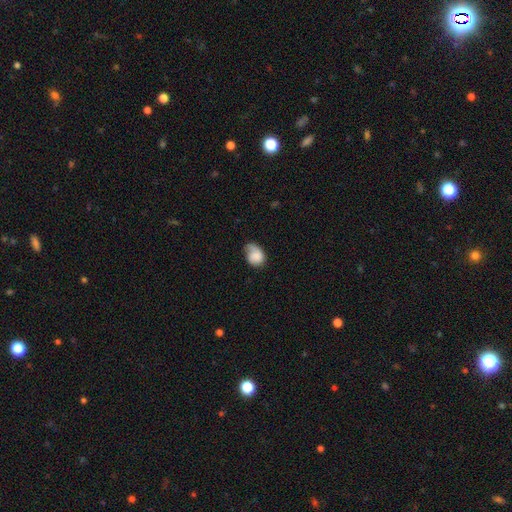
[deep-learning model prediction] smooth-or-featured: smooth: 73% | featured or disk: 20% | star or artifact: 7%
  how-rounded: in between: 64% | round: 35% | cigar-shaped: 1%
  merging: minor disturbance: 40% | none: 35% | major disturbance: 21% | merger: 3%